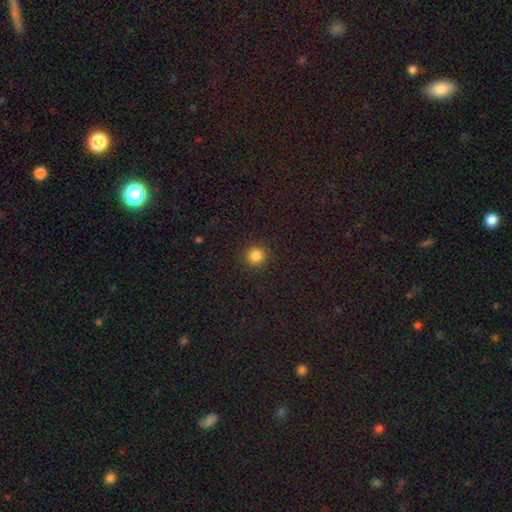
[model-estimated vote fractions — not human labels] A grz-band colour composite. It shows a smooth galaxy with no disk features (85%) that is round (92%). Merging: none (91%).